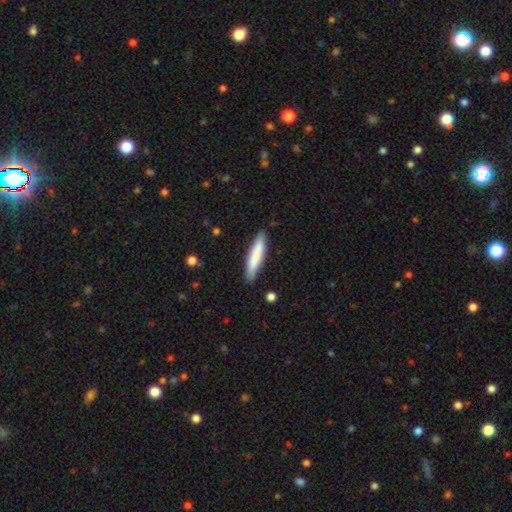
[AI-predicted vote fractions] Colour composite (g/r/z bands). It shows a smooth galaxy with no disk features (80%) that is cigar-shaped (85%). Merging: none (85%).